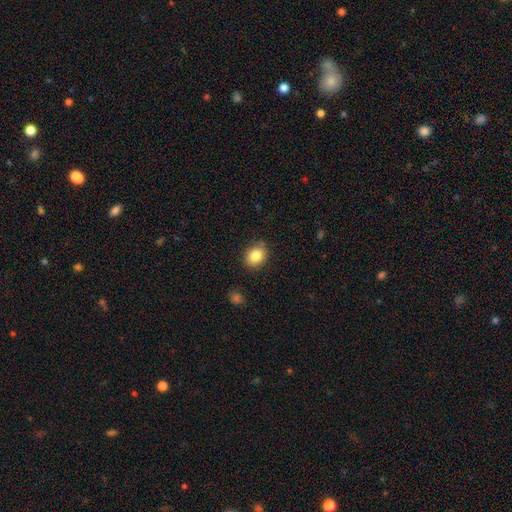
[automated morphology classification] Q: Smooth or featured?
A: smooth (84%); runner-up: star or artifact (9%)
Q: How rounded?
A: round (52%); runner-up: in between (47%)
Q: Merging?
A: none (84%); runner-up: minor disturbance (12%)